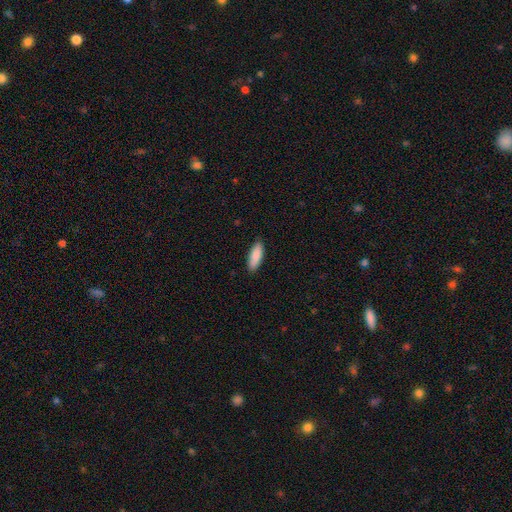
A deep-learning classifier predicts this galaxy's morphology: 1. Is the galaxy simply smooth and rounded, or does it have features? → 89% smooth, 6% featured or disk, 5% star or artifact.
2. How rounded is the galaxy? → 65% in between, 33% cigar-shaped, 2% round.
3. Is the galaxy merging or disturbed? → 89% none, 9% minor disturbance, 2% major disturbance, 1% merger.